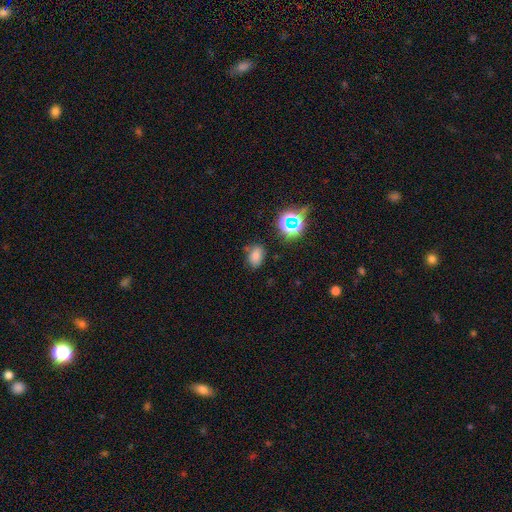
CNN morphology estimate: Q: Smooth or featured?
A: smooth (73%); runner-up: star or artifact (20%)
Q: How rounded?
A: in between (80%); runner-up: round (19%)
Q: Merging?
A: none (75%); runner-up: minor disturbance (16%)